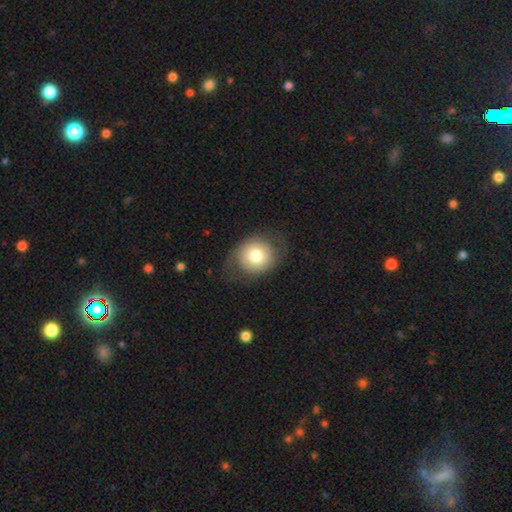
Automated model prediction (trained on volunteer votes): smooth-or-featured: smooth: 71% | featured or disk: 22% | star or artifact: 8%
  how-rounded: round: 77% | in between: 22% | cigar-shaped: 1%
  merging: none: 73% | minor disturbance: 17% | major disturbance: 9% | merger: 1%